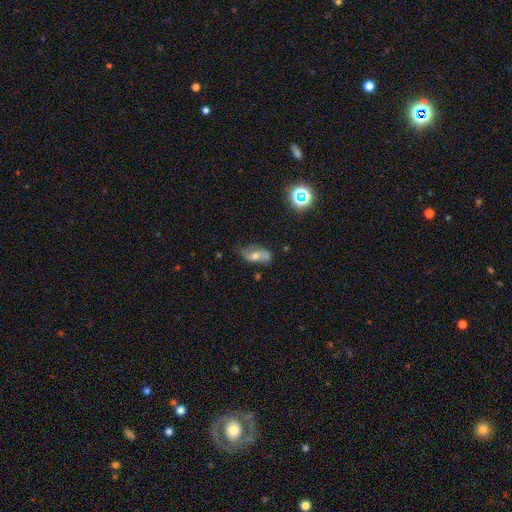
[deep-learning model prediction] Morphology: type=featured or disk (62%); edge-on=no (92%); bar=no (55%); spiral arms=yes (84%); bulge=moderate (64%); merging=none (60%).